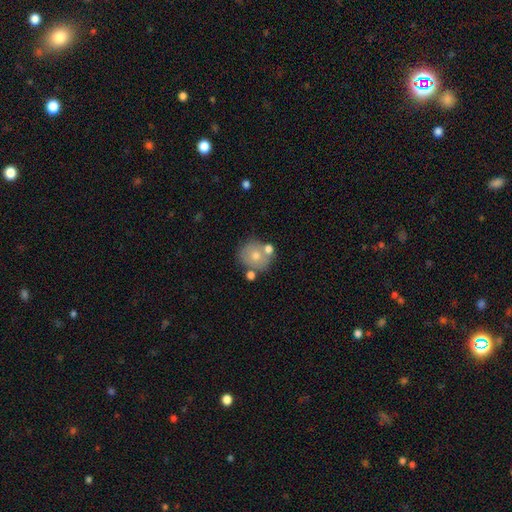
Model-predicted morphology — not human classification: This is likely a smooth galaxy (65%). How rounded: clearly round (81%). Merging: possibly none (58%).